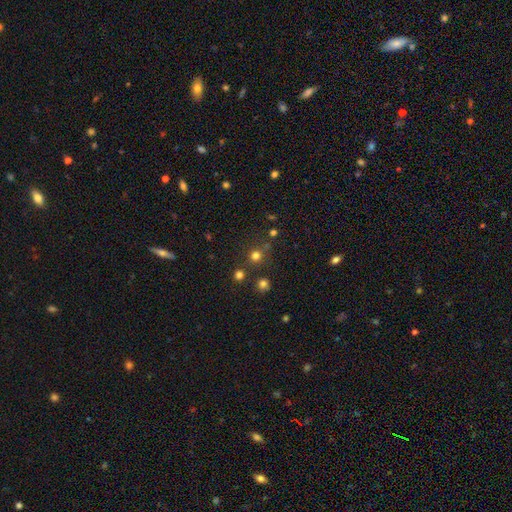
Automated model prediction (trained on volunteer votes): Smooth or featured? smooth (72%)
How rounded? round (92%)
Merging? none (79%)